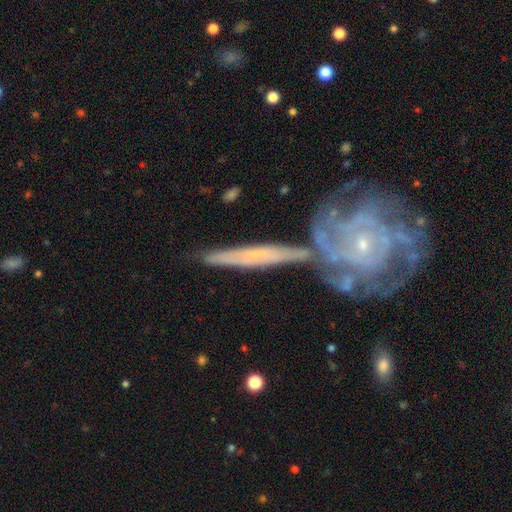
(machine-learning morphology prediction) Smooth or featured: featured or disk — 71% (smooth — 23%)
Edge-on disk: yes — 54% (no — 46%)
Merging: none — 63% (merger — 18%)